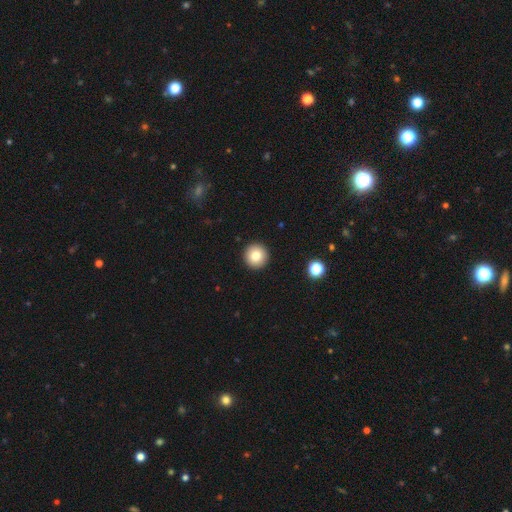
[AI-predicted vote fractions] Smooth or featured: smooth — 81% (star or artifact — 10%)
How rounded: round — 96% (in between — 3%)
Merging: none — 93% (minor disturbance — 4%)